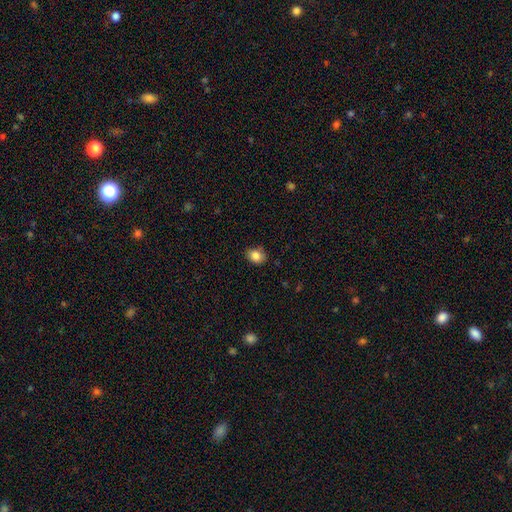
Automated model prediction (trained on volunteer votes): smooth-or-featured: smooth: 85% | star or artifact: 10% | featured or disk: 6%
  how-rounded: in between: 55% | round: 44% | cigar-shaped: 1%
  merging: none: 80% | minor disturbance: 16% | major disturbance: 3% | merger: 2%